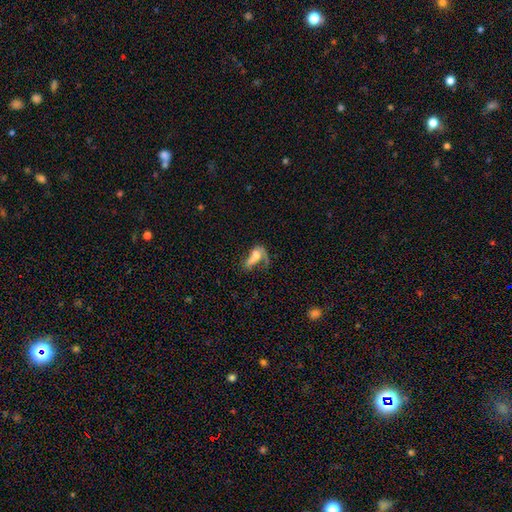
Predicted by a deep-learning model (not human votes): smooth 45%, featured or disk 43%, star or artifact 11%. Down the decision tree: merging — major disturbance (48%).